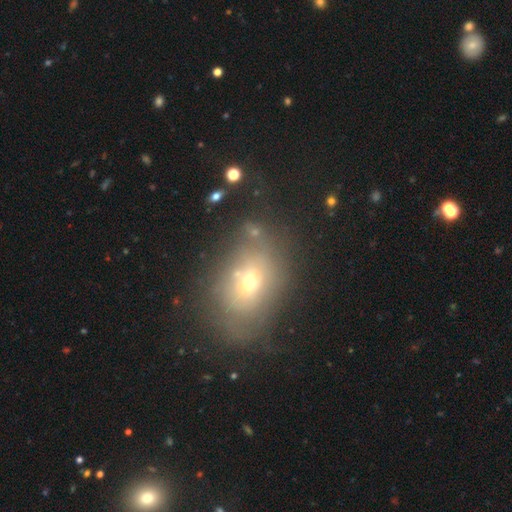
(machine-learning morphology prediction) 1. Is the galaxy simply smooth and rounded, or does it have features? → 55% smooth, 23% featured or disk, 22% star or artifact.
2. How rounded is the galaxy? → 65% in between, 33% round, 2% cigar-shaped.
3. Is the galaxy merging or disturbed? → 73% none, 15% minor disturbance, 7% major disturbance, 4% merger.